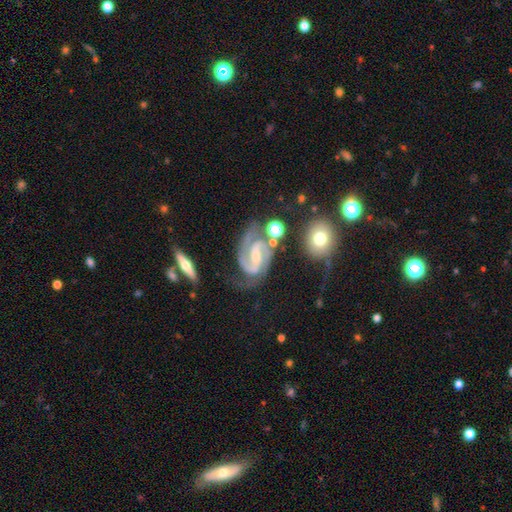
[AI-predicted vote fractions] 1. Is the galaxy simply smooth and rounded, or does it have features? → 91% featured or disk, 5% star or artifact, 4% smooth.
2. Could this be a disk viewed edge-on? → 97% no, 3% yes.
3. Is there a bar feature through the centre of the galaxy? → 45% weak, 33% strong, 22% no.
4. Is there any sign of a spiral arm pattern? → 98% yes, 2% no.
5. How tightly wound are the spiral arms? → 55% medium, 33% tight, 11% loose.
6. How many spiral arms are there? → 89% 2, 4% 3, 3% can't tell, 2% 1, 1% 4, 1% more than 4.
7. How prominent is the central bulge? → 54% small, 31% moderate, 11% none, 3% large, 1% dominant.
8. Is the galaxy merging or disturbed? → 57% none, 22% minor disturbance, 13% major disturbance, 8% merger.